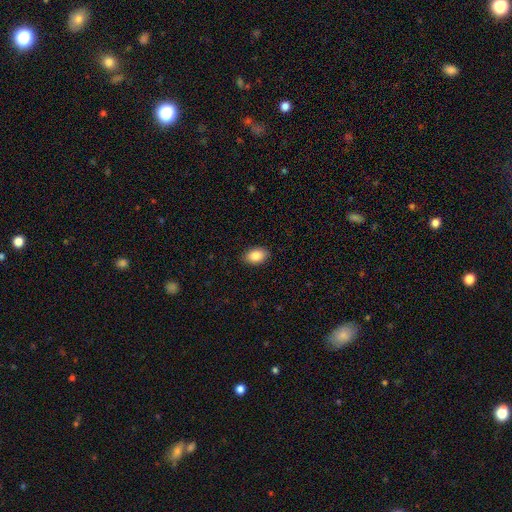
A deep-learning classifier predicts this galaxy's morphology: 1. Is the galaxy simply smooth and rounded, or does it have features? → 88% smooth, 7% star or artifact, 5% featured or disk.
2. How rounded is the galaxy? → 89% in between, 10% round, 1% cigar-shaped.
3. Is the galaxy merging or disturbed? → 89% none, 8% minor disturbance, 2% major disturbance, 1% merger.